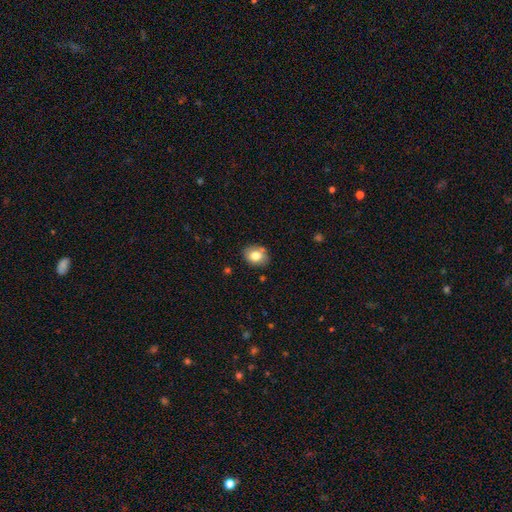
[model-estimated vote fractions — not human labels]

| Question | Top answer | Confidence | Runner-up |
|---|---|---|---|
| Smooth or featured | smooth | 79% | featured or disk (12%) |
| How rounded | in between | 51% | round (48%) |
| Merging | none | 80% | minor disturbance (13%) |